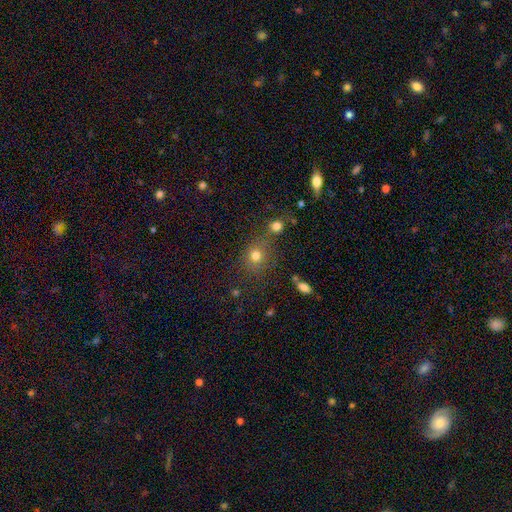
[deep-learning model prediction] A smooth galaxy with no disk features (76%) that is round (81%).

Vote fractions:
- Smooth or featured? smooth: 76% / star or artifact: 16% / featured or disk: 8%
- How rounded? round: 81% / in between: 17% / cigar-shaped: 1%
- Merging? none: 65% / merger: 17% / minor disturbance: 11% / major disturbance: 6%